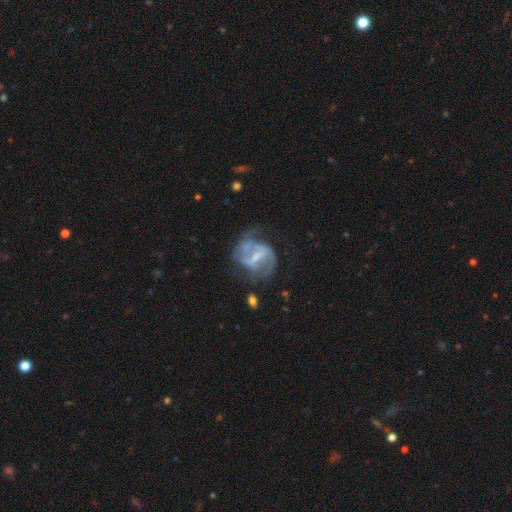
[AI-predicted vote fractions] Smooth or featured: featured or disk — 86% (smooth — 8%)
Edge-on disk: no — 97% (yes — 3%)
Bar: strong — 46% (weak — 42%)
Spiral arms: yes — 93% (no — 7%)
Spiral winding: medium — 53% (loose — 24%)
Spiral arm count: 2 — 82% (can't tell — 8%)
Bulge size: small — 54% (moderate — 33%)
Merging: none — 57% (minor disturbance — 21%)